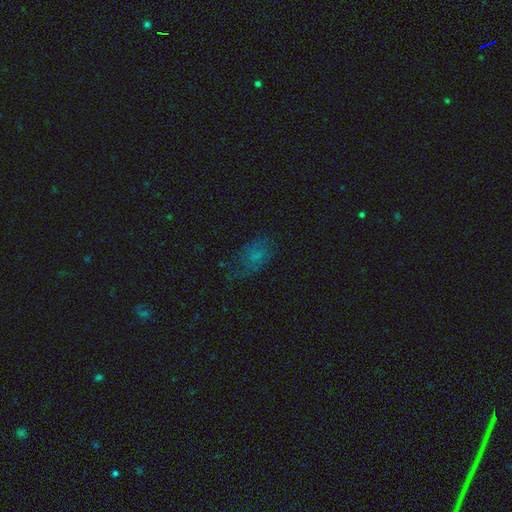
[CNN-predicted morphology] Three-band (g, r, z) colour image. It shows a smooth galaxy with no disk features (49%). Merging: none (51%).